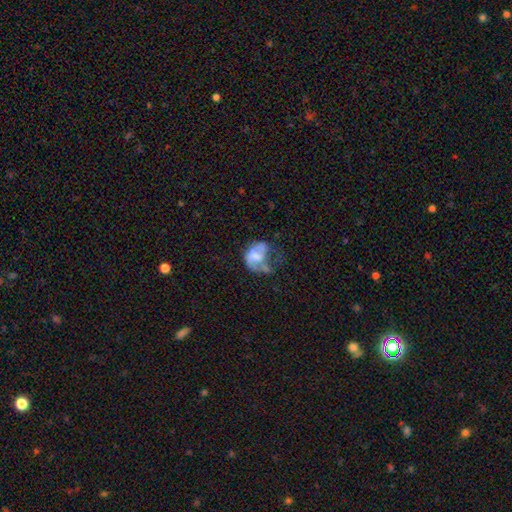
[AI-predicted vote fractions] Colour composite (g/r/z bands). It shows a featured or disk galaxy (47%). Merging: major disturbance (46%).